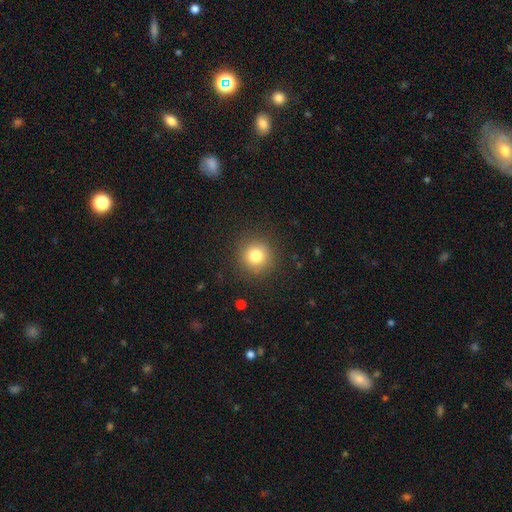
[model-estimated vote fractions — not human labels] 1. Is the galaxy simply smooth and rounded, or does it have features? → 80% smooth, 12% star or artifact, 8% featured or disk.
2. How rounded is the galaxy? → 94% round, 5% in between, 1% cigar-shaped.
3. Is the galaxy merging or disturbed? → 89% none, 7% minor disturbance, 3% major disturbance, 1% merger.